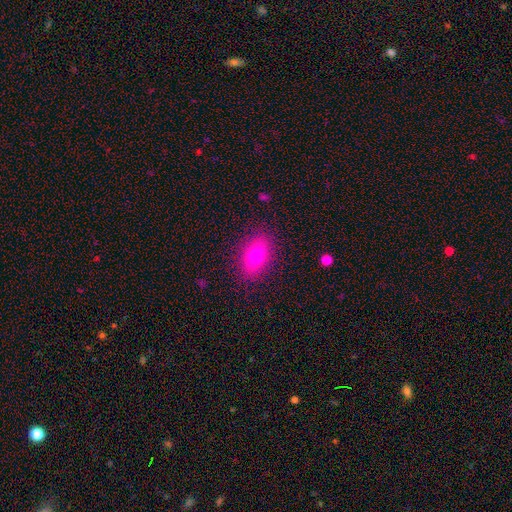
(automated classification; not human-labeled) Q: Smooth or featured?
A: smooth (74%); runner-up: featured or disk (16%)
Q: How rounded?
A: in between (83%); runner-up: round (11%)
Q: Merging?
A: none (87%); runner-up: minor disturbance (9%)